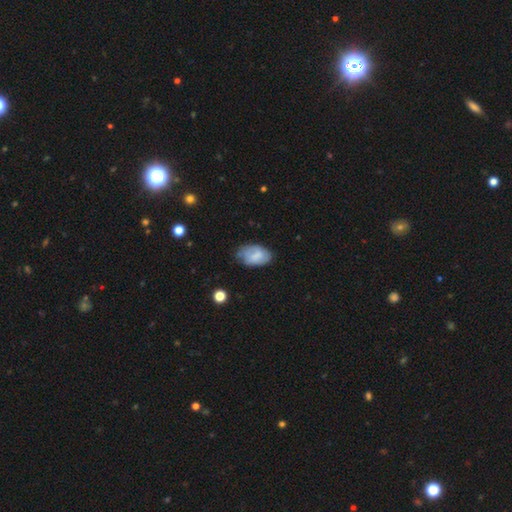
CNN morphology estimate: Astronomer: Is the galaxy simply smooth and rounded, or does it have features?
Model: smooth — 72%.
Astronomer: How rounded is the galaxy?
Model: in between — 92%.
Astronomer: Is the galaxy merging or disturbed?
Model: none — 60%.